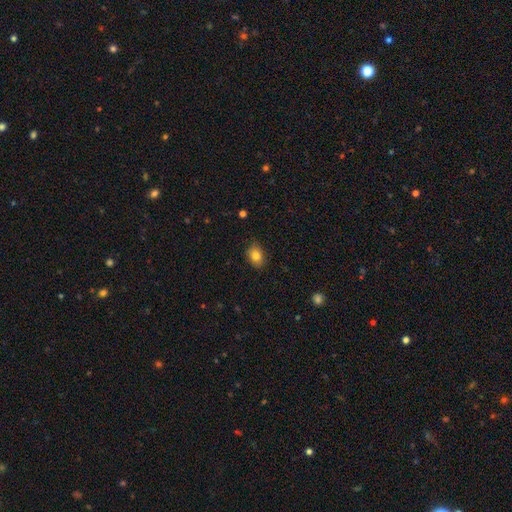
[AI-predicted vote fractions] A smooth galaxy with no disk features (82%) that is in between round and cigar-shaped (70%).

Vote fractions:
- Smooth or featured? smooth: 82% / star or artifact: 10% / featured or disk: 9%
- How rounded? in between: 70% / round: 29% / cigar-shaped: 1%
- Merging? none: 83% / minor disturbance: 14% / major disturbance: 2% / merger: 1%